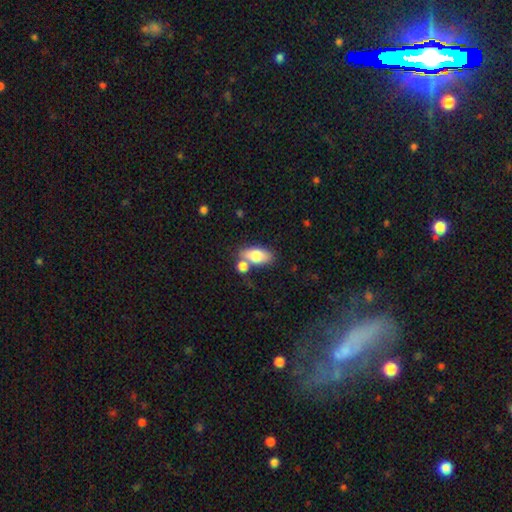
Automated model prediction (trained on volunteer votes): This appears to be a smooth galaxy with no disk features (76%) that is in between round and cigar-shaped (87%). Merging: none (55%).